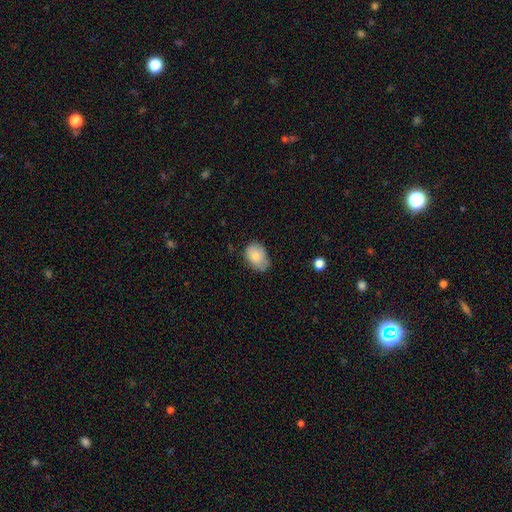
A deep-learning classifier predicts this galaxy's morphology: The model was most divided on "merging": none: 60%, minor disturbance: 32%, major disturbance: 6%, merger: 2%. More confident: smooth or featured — smooth (79%); how rounded — in between (71%).